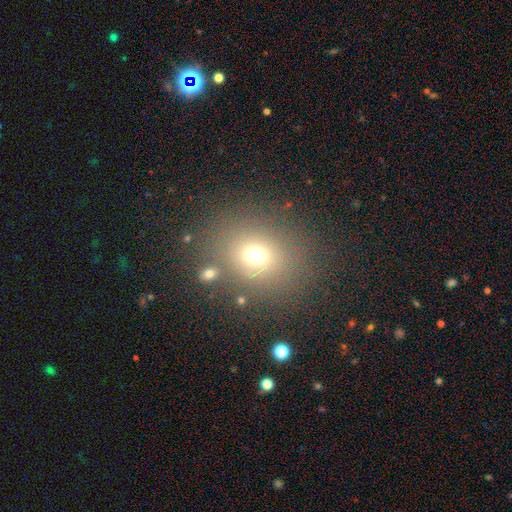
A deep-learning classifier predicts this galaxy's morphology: Q: Smooth or featured?
A: smooth (69%); runner-up: star or artifact (19%)
Q: How rounded?
A: round (58%); runner-up: in between (41%)
Q: Merging?
A: none (74%); runner-up: minor disturbance (11%)